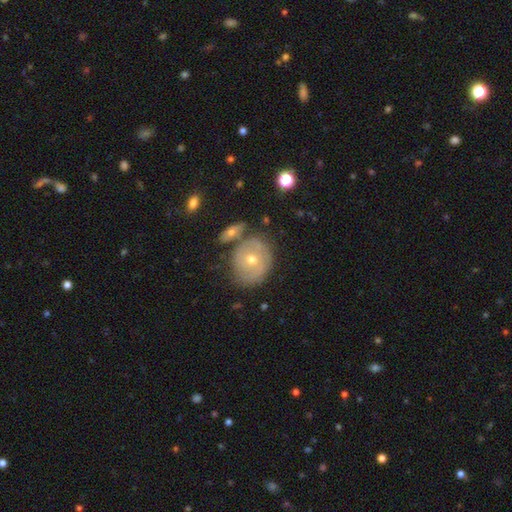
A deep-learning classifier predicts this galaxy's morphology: Overall: featured or disk (59%; smooth 24%). Edge-on disk: no (94%). Bar: no (77%). Spiral arms: yes (73%). Bulge size: small (50%; moderate 46%). Merging: none (76%).